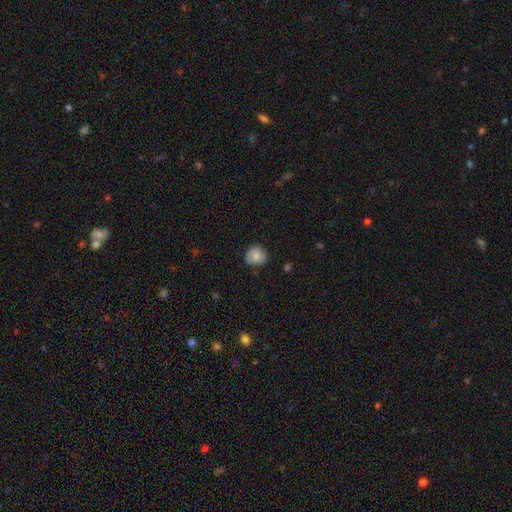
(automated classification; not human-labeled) Morphology: type=smooth (82%); roundness=round (86%); merging=none (79%).